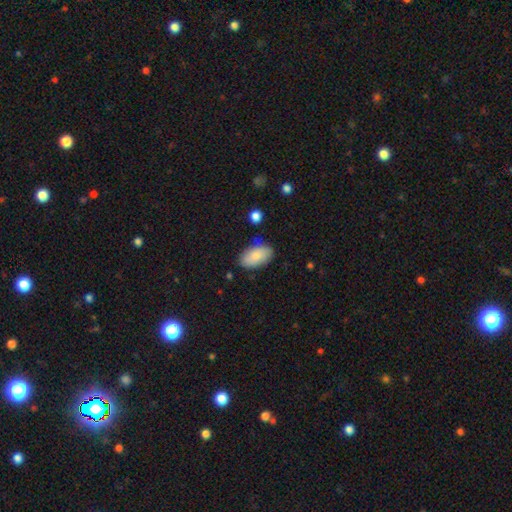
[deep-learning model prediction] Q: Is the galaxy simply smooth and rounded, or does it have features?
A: smooth — 85%.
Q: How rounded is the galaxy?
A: in between — 94%.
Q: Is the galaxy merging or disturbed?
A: none — 77%.